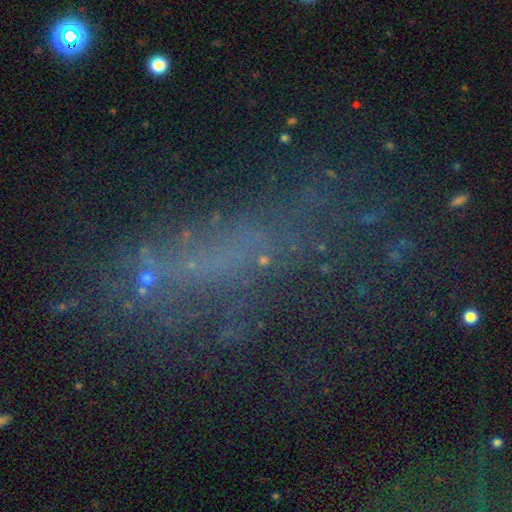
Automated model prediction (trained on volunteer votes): The model was most divided on "smooth or featured": star or artifact: 37%, smooth: 32%, featured or disk: 31%.